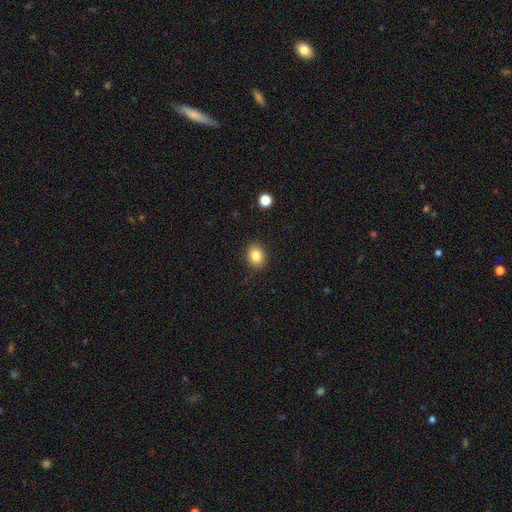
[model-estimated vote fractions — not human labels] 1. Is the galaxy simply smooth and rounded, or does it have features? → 83% smooth, 10% star or artifact, 7% featured or disk.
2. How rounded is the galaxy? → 54% round, 45% in between, 1% cigar-shaped.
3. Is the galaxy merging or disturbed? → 86% none, 10% minor disturbance, 3% major disturbance, 1% merger.